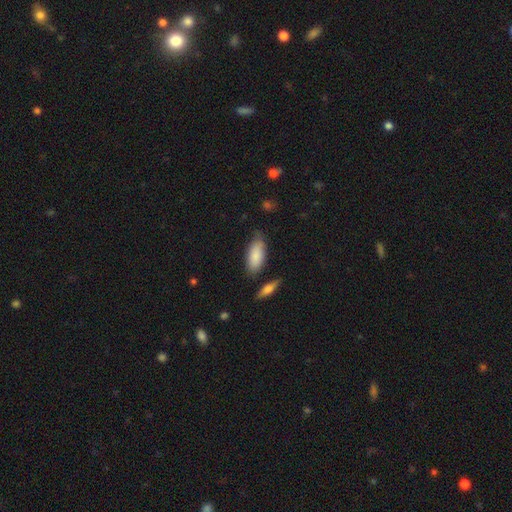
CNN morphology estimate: The model was most divided on "merging": none: 71%, minor disturbance: 20%, merger: 5%, major disturbance: 4%. More confident: how rounded — in between (85%); smooth or featured — smooth (84%).